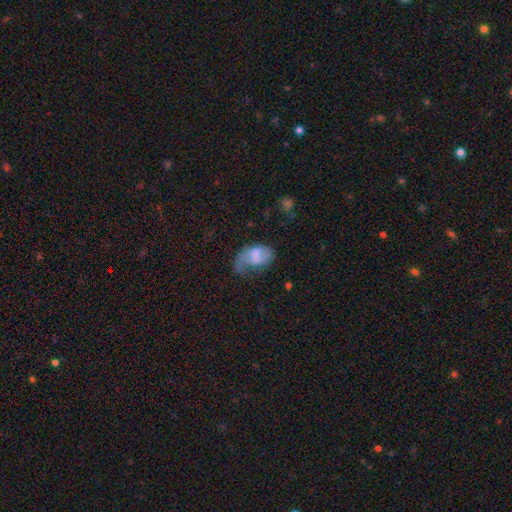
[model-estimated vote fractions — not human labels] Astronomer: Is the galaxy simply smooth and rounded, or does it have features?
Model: smooth — 47% (runner-up: featured or disk, 44%).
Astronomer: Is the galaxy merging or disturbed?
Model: major disturbance — 43% (runner-up: minor disturbance, 27%).